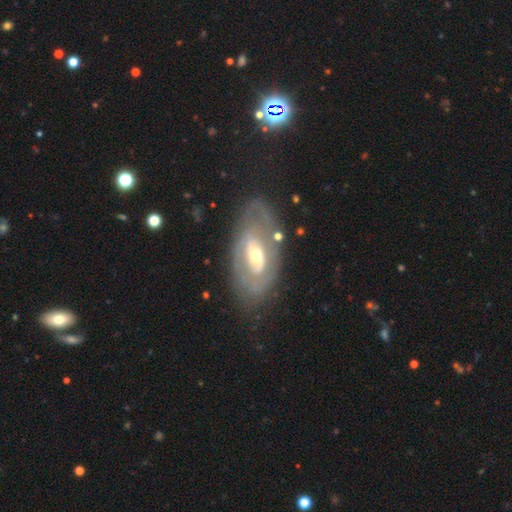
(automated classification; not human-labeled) This appears to be a featured or disk galaxy (75%) with no bar (52%), spiral arms (53%) and a moderate central bulge (61%). Merging: none (68%).